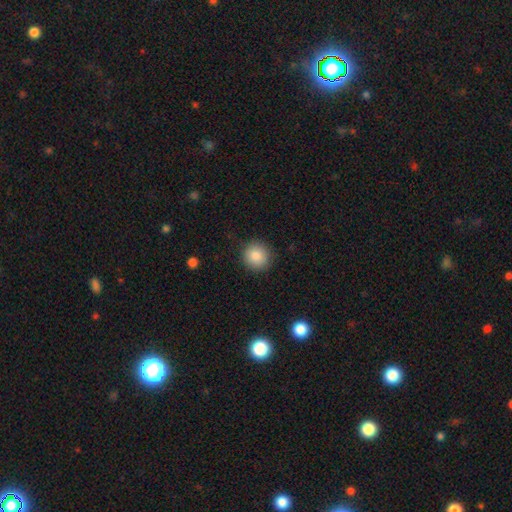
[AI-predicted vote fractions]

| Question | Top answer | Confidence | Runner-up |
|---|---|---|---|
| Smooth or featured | smooth | 86% | star or artifact (9%) |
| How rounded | round | 92% | in between (7%) |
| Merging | none | 89% | minor disturbance (7%) |